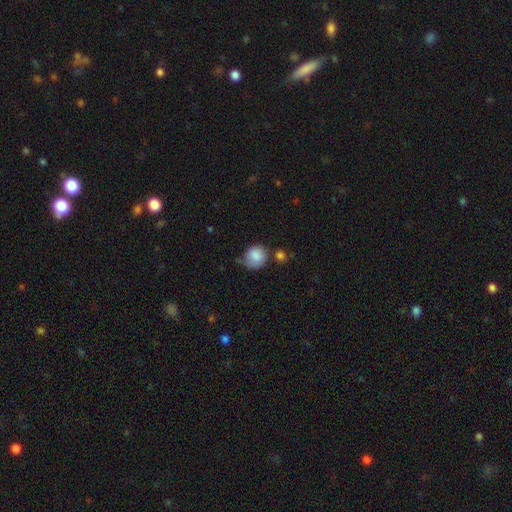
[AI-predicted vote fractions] Morphology: type=smooth (86%); roundness=round (83%); merging=none (57%).